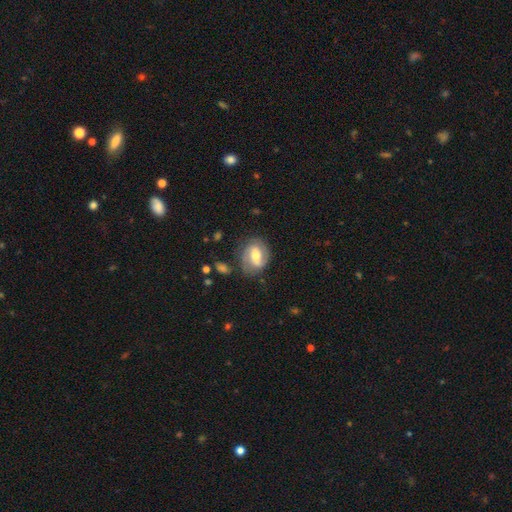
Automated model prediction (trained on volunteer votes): Smooth or featured? featured or disk (57%)
Edge-on disk? no (95%)
Bar? weak (44%)
Spiral arms? yes (76%)
Bulge size? moderate (66%)
Merging? none (70%)